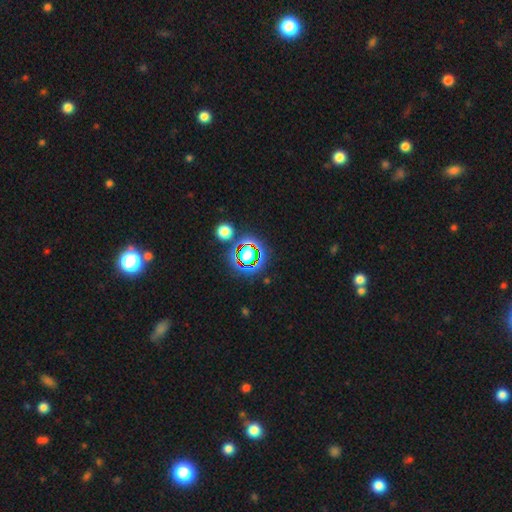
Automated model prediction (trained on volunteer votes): This appears to be a star or artifact, not a galaxy (77%).